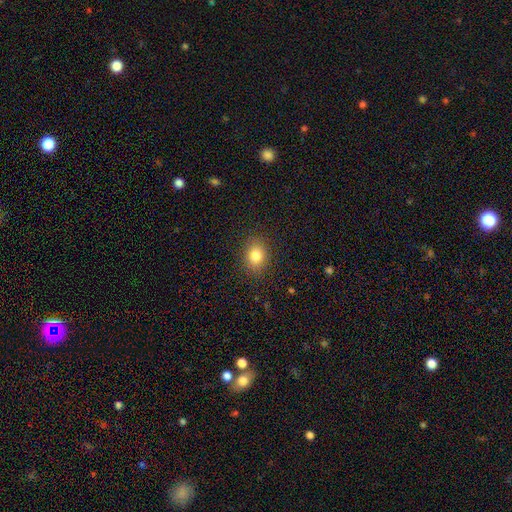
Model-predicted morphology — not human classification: smooth_or_featured: smooth (p=0.83) [alt: star or artifact p=0.11]
how_rounded: in between (p=0.51) [alt: round p=0.47]
merging: none (p=0.88) [alt: minor disturbance p=0.09]